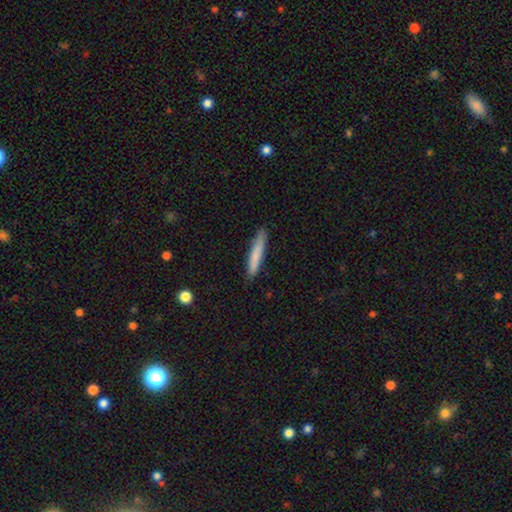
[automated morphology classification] Overall: smooth (78%). How rounded: cigar-shaped (93%). Merging: none (87%).